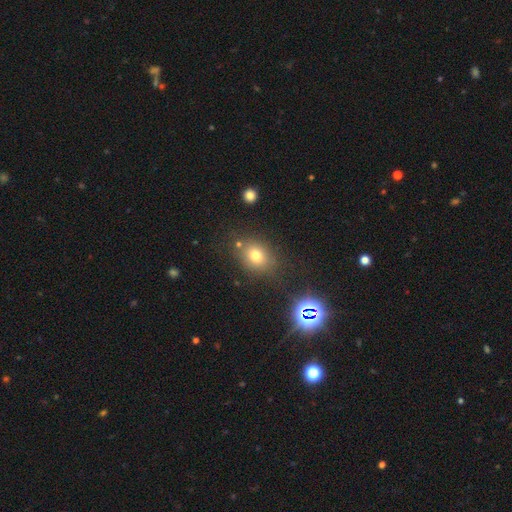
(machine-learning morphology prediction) Overall: smooth (73%). How rounded: round (54%; in between 45%). Merging: none (76%).